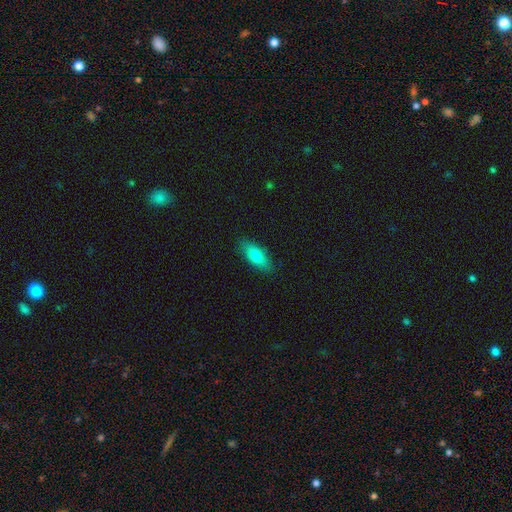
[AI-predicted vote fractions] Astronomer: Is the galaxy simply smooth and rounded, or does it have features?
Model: smooth — 77%.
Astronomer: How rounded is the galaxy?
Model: in between — 77%.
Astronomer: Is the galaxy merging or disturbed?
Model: none — 86%.